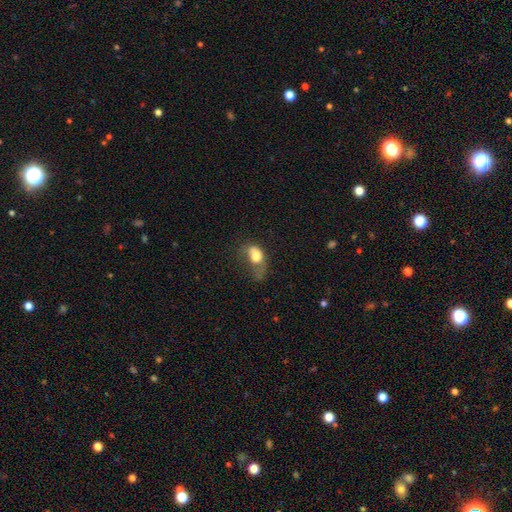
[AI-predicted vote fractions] Smooth or featured? smooth (67%)
How rounded? in between (79%)
Merging? major disturbance (58%)